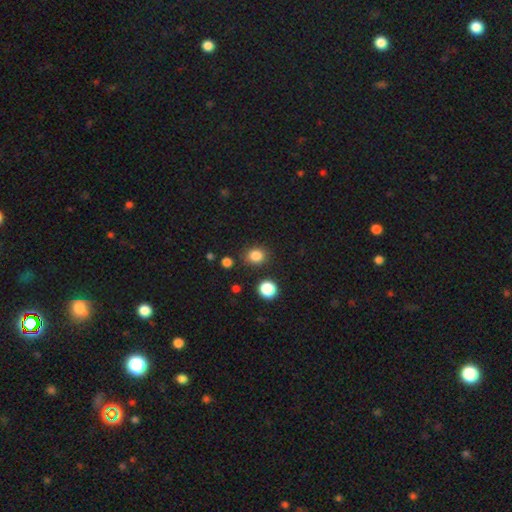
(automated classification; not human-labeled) Smooth or featured: smooth — 84% (star or artifact — 12%)
How rounded: round — 69% (in between — 30%)
Merging: none — 83% (minor disturbance — 10%)